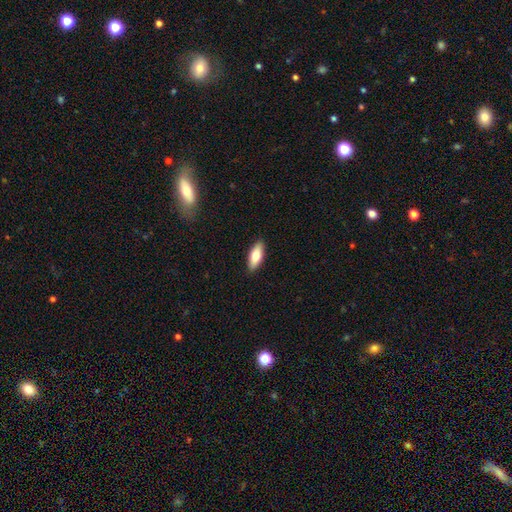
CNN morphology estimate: Q: Smooth or featured?
A: smooth (73%); runner-up: featured or disk (21%)
Q: How rounded?
A: in between (75%); runner-up: cigar-shaped (23%)
Q: Merging?
A: none (90%); runner-up: minor disturbance (8%)